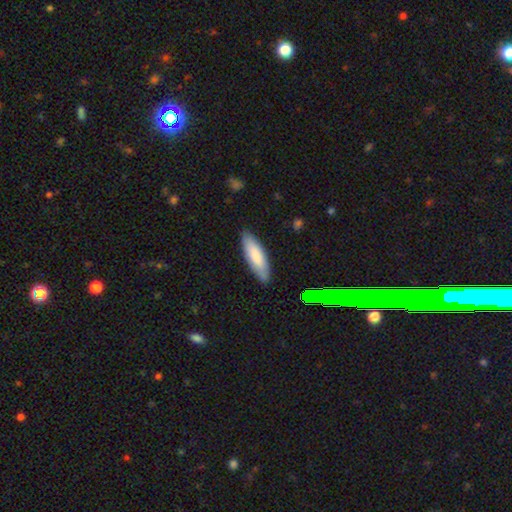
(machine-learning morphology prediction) type=smooth (79%); roundness=cigar-shaped (50%); merging=none (87%).